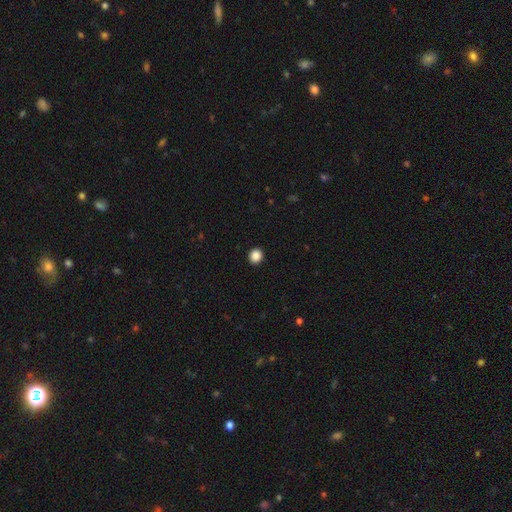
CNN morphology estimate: smooth_or_featured: smooth (p=0.87) [alt: star or artifact p=0.10]
how_rounded: round (p=0.85) [alt: in between p=0.14]
merging: none (p=0.93) [alt: minor disturbance p=0.04]